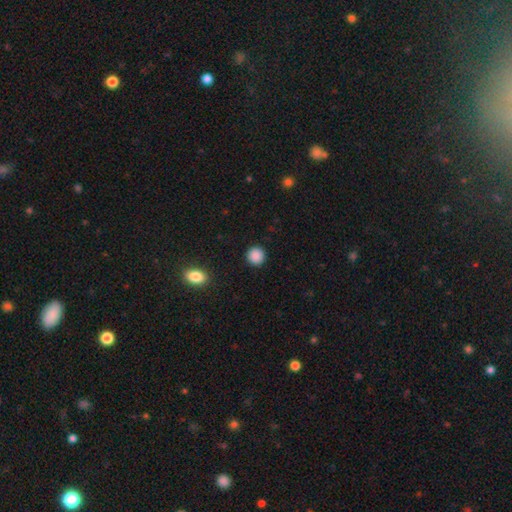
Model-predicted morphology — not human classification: Smooth or featured? smooth (89%)
How rounded? round (92%)
Merging? none (92%)